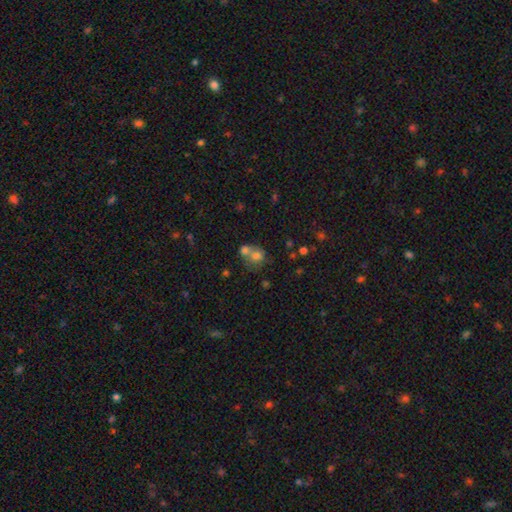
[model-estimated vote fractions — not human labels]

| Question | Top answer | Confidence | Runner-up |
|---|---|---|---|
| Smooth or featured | smooth | 70% | featured or disk (17%) |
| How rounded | round | 67% | in between (32%) |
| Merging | merger | 59% | none (28%) |